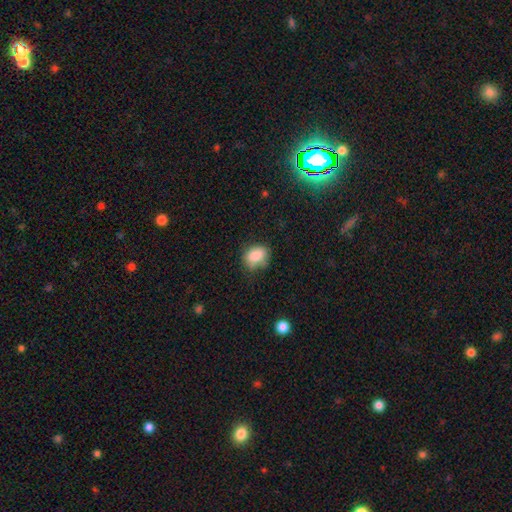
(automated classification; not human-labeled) The model was most divided on "merging": none: 63%, minor disturbance: 27%, major disturbance: 7%, merger: 3%. More confident: smooth or featured — smooth (86%); how rounded — in between (71%).